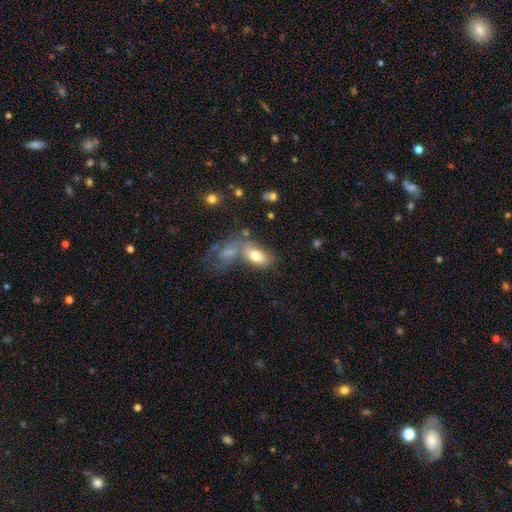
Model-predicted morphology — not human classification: type=smooth (77%); roundness=in between (90%); merging=none (44%).